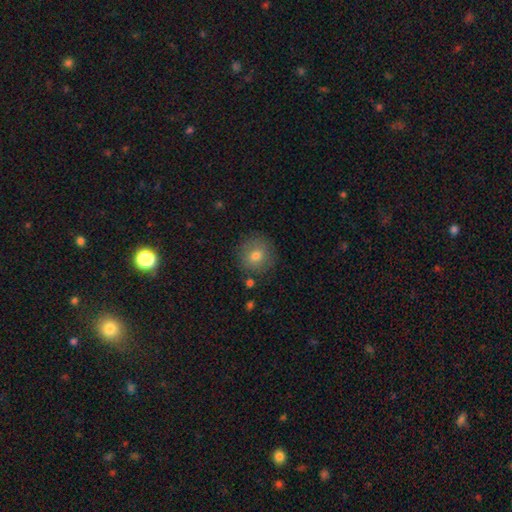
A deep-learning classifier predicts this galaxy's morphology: smooth_or_featured: smooth (p=0.76) [alt: featured or disk p=0.13]
how_rounded: round (p=0.90) [alt: in between p=0.09]
merging: none (p=0.84) [alt: minor disturbance p=0.11]